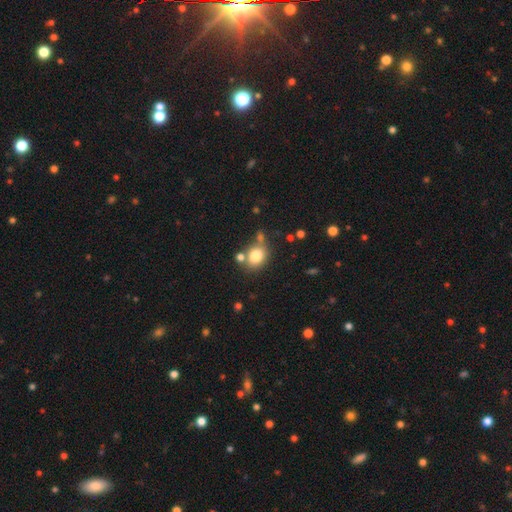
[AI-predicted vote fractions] A smooth galaxy with no disk features (80%) that is round (53%).

Vote fractions:
- Smooth or featured? smooth: 80% / star or artifact: 11% / featured or disk: 9%
- How rounded? round: 53% / in between: 45% / cigar-shaped: 1%
- Merging? none: 63% / merger: 17% / minor disturbance: 14% / major disturbance: 5%